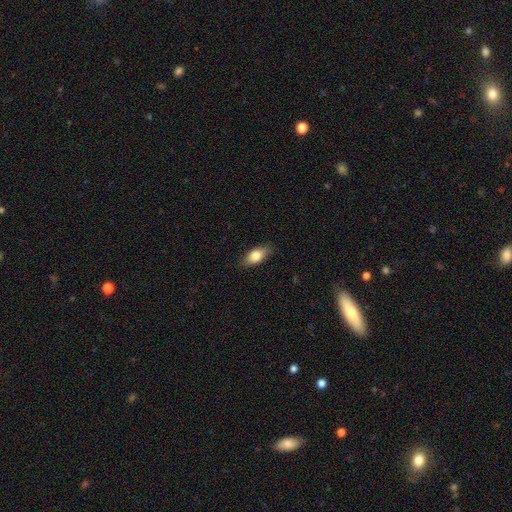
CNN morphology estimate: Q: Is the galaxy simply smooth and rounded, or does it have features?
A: smooth — 79%.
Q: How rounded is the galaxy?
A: in between — 86%.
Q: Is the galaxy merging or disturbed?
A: none — 83%.